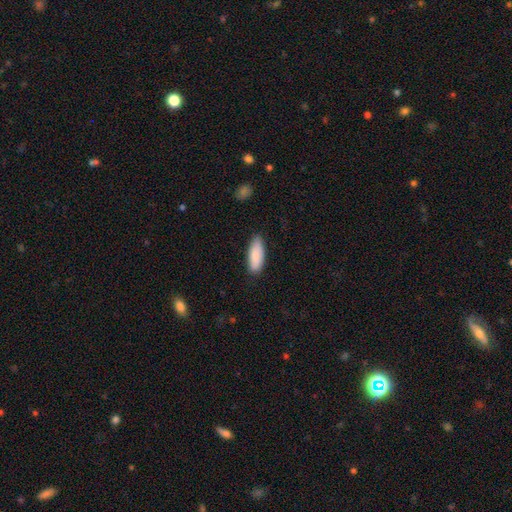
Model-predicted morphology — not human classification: This appears to be a smooth galaxy with no disk features (86%) that is in between round and cigar-shaped (74%). Merging: none (81%).